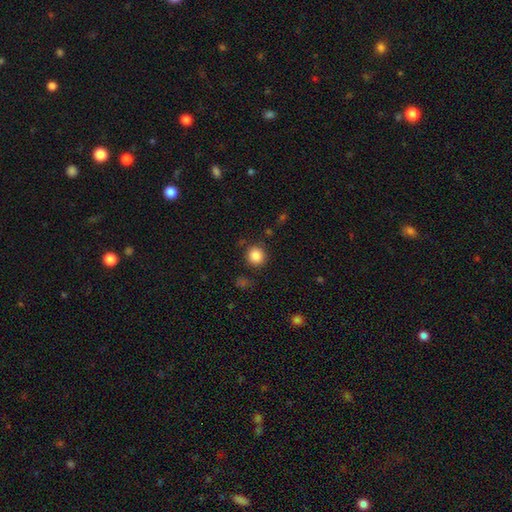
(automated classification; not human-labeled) Smooth or featured? smooth (86%)
How rounded? round (90%)
Merging? none (86%)